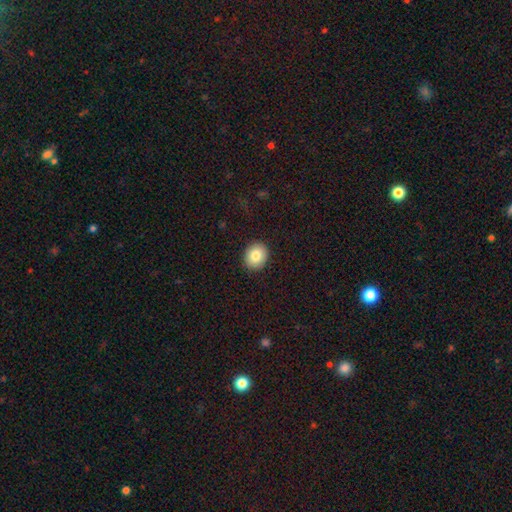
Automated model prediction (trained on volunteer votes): A smooth galaxy with no disk features (82%) that is round (70%). Merging: none (91%).